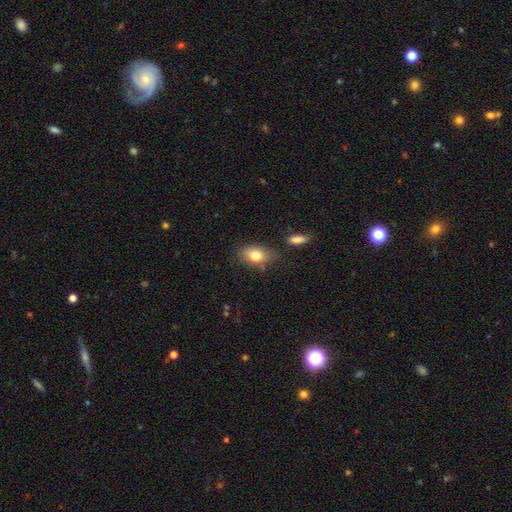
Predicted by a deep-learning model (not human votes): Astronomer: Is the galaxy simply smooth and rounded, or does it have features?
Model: smooth — 78%.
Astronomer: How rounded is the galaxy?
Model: in between — 86%.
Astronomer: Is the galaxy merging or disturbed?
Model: none — 73%.